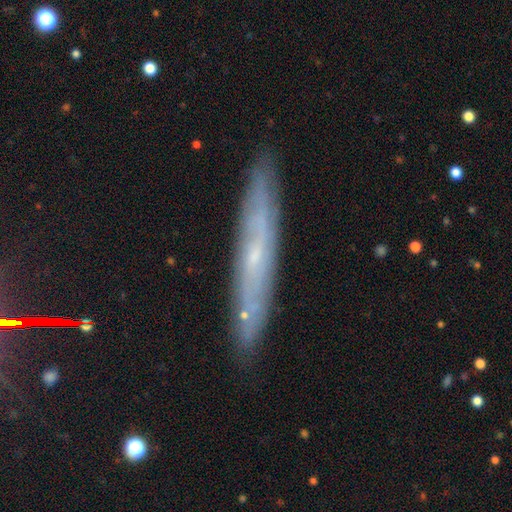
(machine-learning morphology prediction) The model was most divided on "smooth or featured": featured or disk: 66%, smooth: 24%, star or artifact: 10%. More confident: merging — none (87%); edge-on disk — yes (74%).